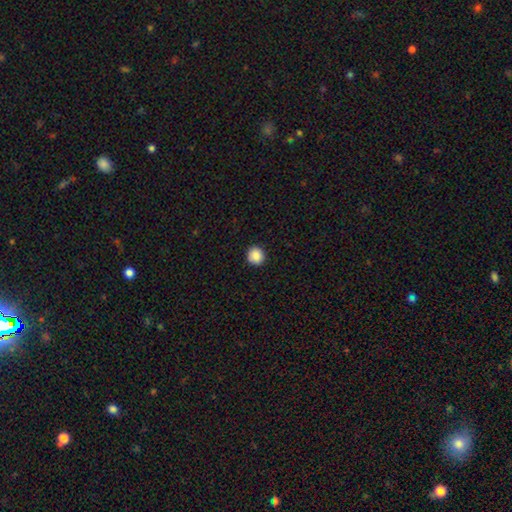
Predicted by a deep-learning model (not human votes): smooth_or_featured: smooth (p=0.88) [alt: star or artifact p=0.09]
how_rounded: round (p=0.91) [alt: in between p=0.08]
merging: none (p=0.92) [alt: minor disturbance p=0.05]